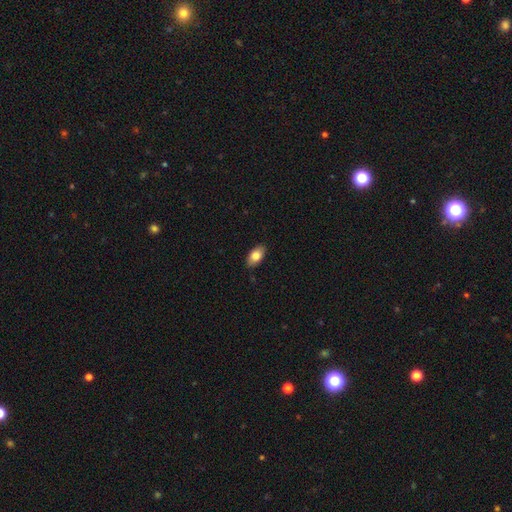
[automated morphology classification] A smooth galaxy with no disk features (82%) that is in between round and cigar-shaped (92%).

Vote fractions:
- Smooth or featured? smooth: 82% / featured or disk: 11% / star or artifact: 7%
- How rounded? in between: 92% / round: 5% / cigar-shaped: 3%
- Merging? none: 87% / minor disturbance: 10% / major disturbance: 2% / merger: 1%